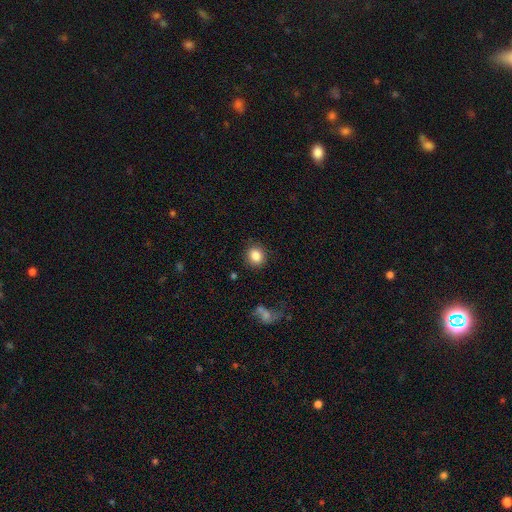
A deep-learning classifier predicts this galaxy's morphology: The model was most divided on "how rounded": round: 78%, in between: 21%, cigar-shaped: 1%. More confident: merging — none (87%); smooth or featured — smooth (85%).